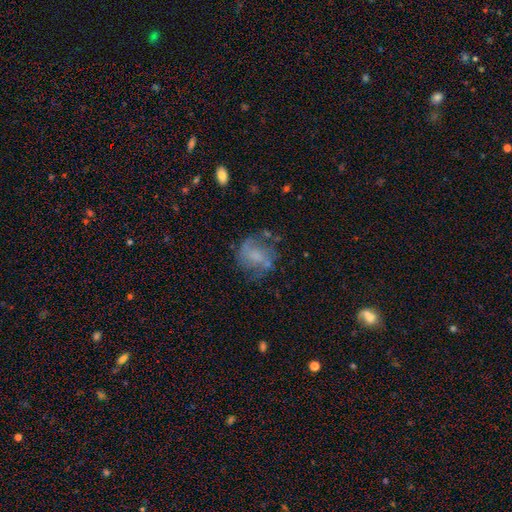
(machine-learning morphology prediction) smooth_or_featured: featured or disk (p=0.52) [alt: smooth p=0.36]
disk_edge_on: no (p=0.97) [alt: yes p=0.03]
bar: no (p=0.54) [alt: weak p=0.37]
has_spiral_arms: yes (p=0.68) [alt: no p=0.32]
bulge_size: none (p=0.34) [alt: small p=0.31]
merging: none (p=0.56) [alt: minor disturbance p=0.22]